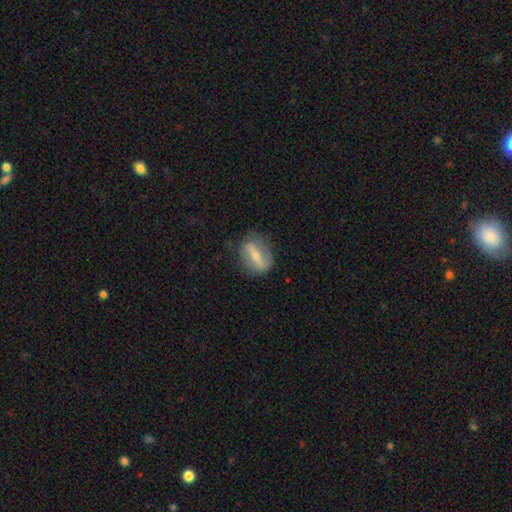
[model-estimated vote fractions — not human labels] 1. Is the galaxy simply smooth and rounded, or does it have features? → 62% featured or disk, 31% smooth, 7% star or artifact.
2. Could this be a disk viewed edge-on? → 85% no, 15% yes.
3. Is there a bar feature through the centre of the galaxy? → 69% strong, 22% weak, 9% no.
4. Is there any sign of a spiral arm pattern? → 51% yes, 49% no.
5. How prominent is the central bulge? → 48% small, 38% moderate, 9% none, 3% large, 1% dominant.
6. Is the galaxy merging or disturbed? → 75% none, 17% minor disturbance, 6% major disturbance, 1% merger.